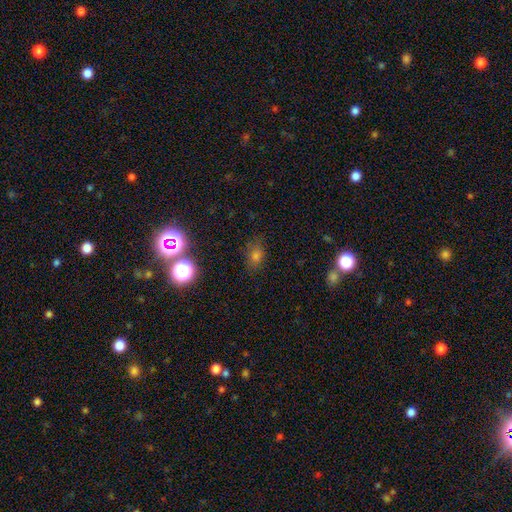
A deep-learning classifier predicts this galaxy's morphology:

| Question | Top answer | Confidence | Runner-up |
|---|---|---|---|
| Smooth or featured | smooth | 62% | star or artifact (29%) |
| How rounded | in between | 61% | round (37%) |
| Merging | none | 78% | minor disturbance (14%) |